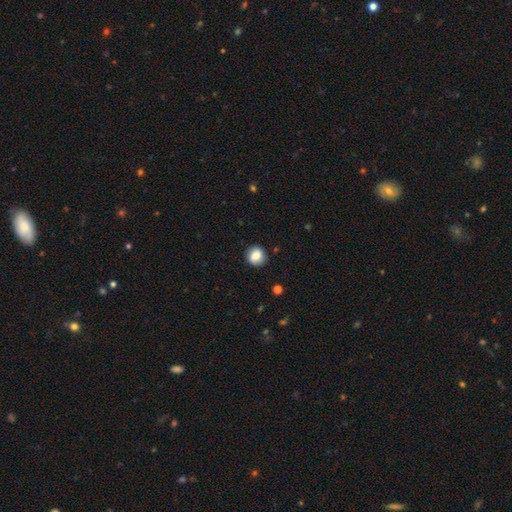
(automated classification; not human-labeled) The model was most divided on "how rounded": round: 83%, in between: 16%, cigar-shaped: 1%. More confident: merging — none (85%); smooth or featured — smooth (82%).